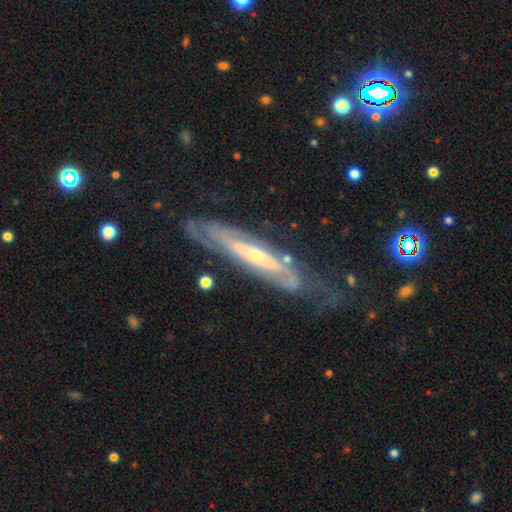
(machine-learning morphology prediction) Smooth or featured? Predicted: featured or disk (p=0.81). Edge-on disk? Predicted: no (p=0.58). Merging? Predicted: none (p=0.65).